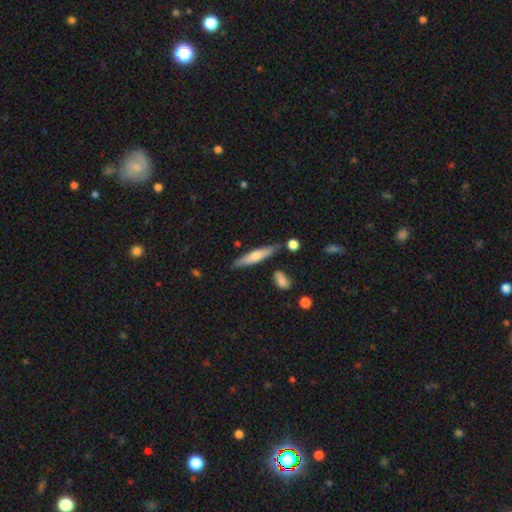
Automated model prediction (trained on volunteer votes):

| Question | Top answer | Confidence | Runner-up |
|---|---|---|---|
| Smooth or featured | smooth | 51% | featured or disk (43%) |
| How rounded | cigar-shaped | 84% | in between (15%) |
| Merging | none | 80% | minor disturbance (13%) |